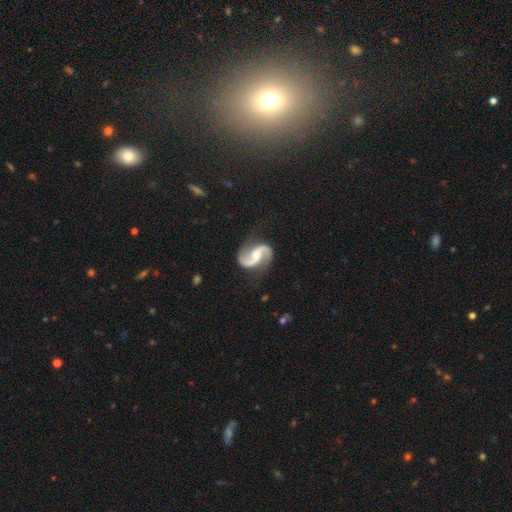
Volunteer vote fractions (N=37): This appears to be a featured or disk galaxy (95%) with no bar (66%), 2 (100%) loose (76%) spiral arms (94%) and a moderate central bulge (49%). Merging: none (68%).